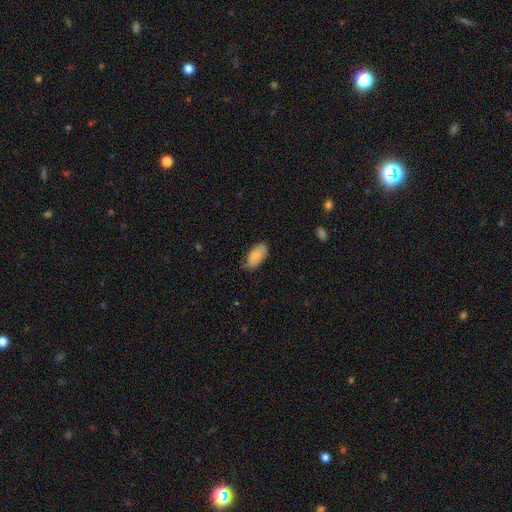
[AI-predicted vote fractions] Smooth or featured?
  - smooth: 81% *
  - featured or disk: 13%
  - star or artifact: 6%
How rounded?
  - in between: 94% *
  - cigar-shaped: 4%
  - round: 2%
Merging?
  - none: 68% *
  - minor disturbance: 26%
  - major disturbance: 4%
  - merger: 1%